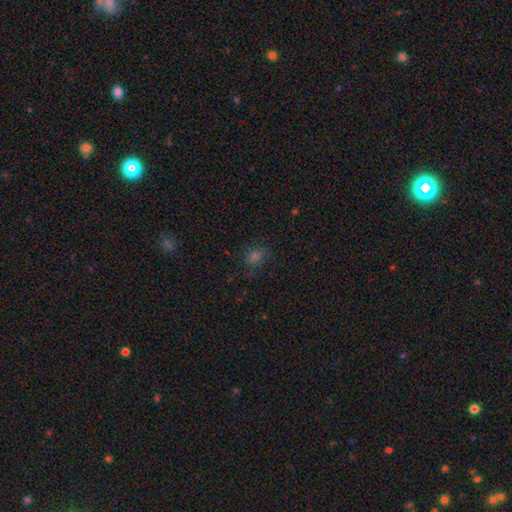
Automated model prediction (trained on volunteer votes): Overall: smooth (63%; star or artifact 27%). How rounded: round (60%; in between 39%). Merging: none (68%).